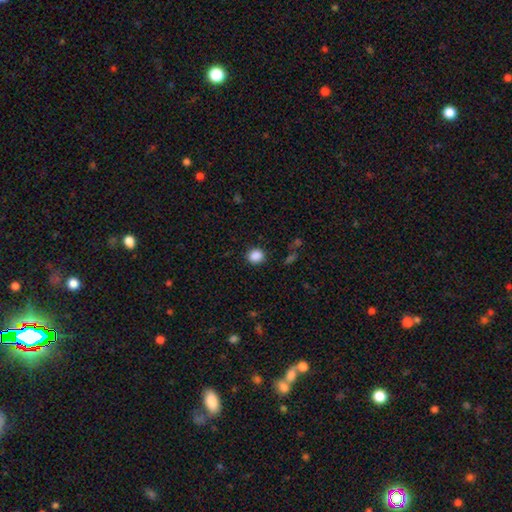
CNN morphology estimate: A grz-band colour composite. It shows a smooth galaxy with no disk features (87%) that is round (73%). Merging: none (87%).